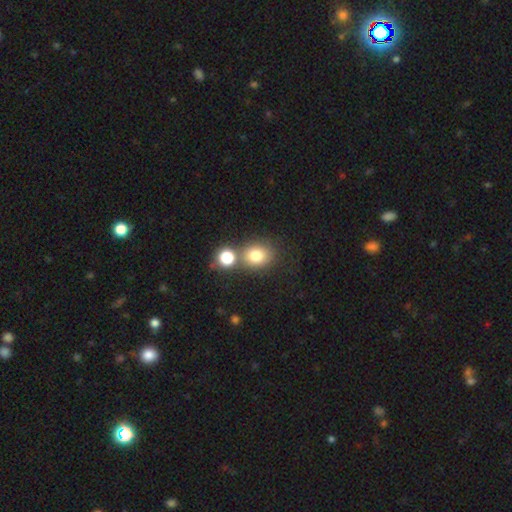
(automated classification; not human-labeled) Overall: smooth (78%). How rounded: round (61%; in between 38%). Merging: none (57%; merger 29%).